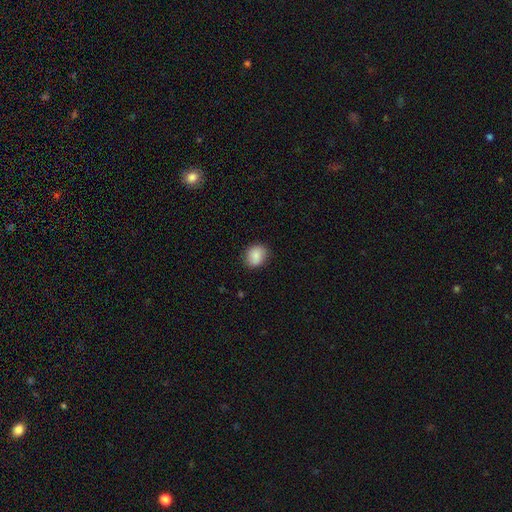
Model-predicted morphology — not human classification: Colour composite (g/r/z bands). It shows a smooth galaxy with no disk features (87%) that is round (60%). Merging: none (84%).